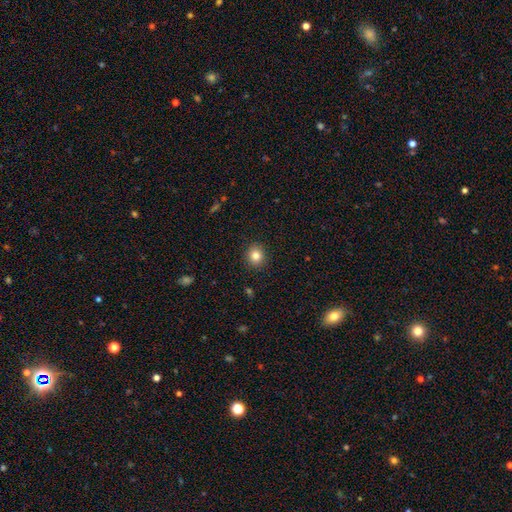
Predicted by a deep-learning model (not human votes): This appears to be a smooth galaxy with no disk features (83%) that is round (83%). Merging: none (91%).